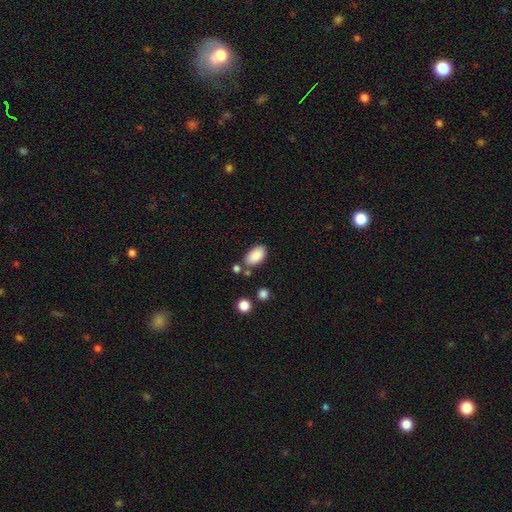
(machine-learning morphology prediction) The model was most divided on "merging": none: 73%, minor disturbance: 14%, merger: 9%, major disturbance: 4%. More confident: how rounded — in between (94%); smooth or featured — smooth (88%).